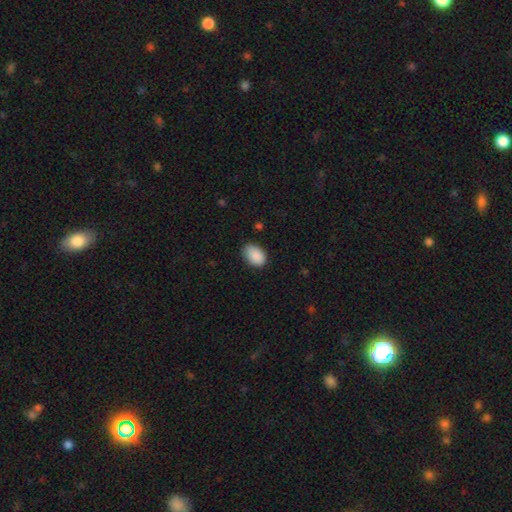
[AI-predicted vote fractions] Q: Smooth or featured?
A: smooth (89%); runner-up: star or artifact (7%)
Q: How rounded?
A: in between (87%); runner-up: round (12%)
Q: Merging?
A: none (72%); runner-up: minor disturbance (23%)